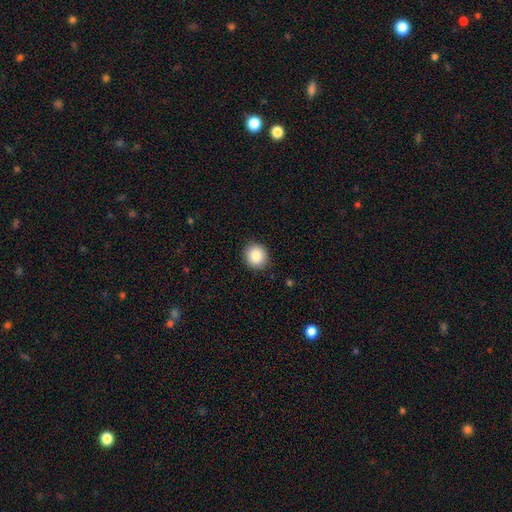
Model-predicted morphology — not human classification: This appears to be a smooth galaxy with no disk features (87%) that is round (86%). Merging: none (90%).